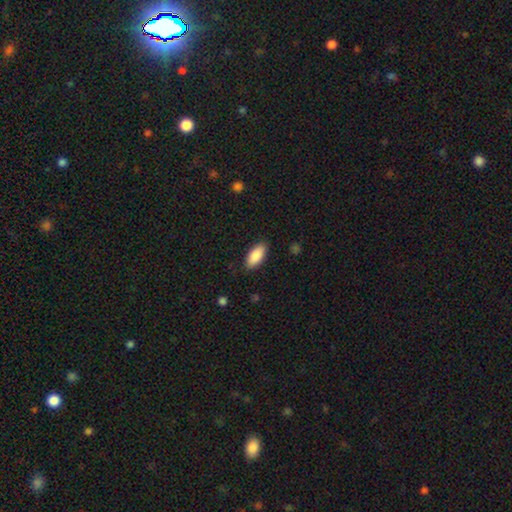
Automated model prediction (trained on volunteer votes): Smooth or featured? smooth (88%)
How rounded? in between (90%)
Merging? none (86%)